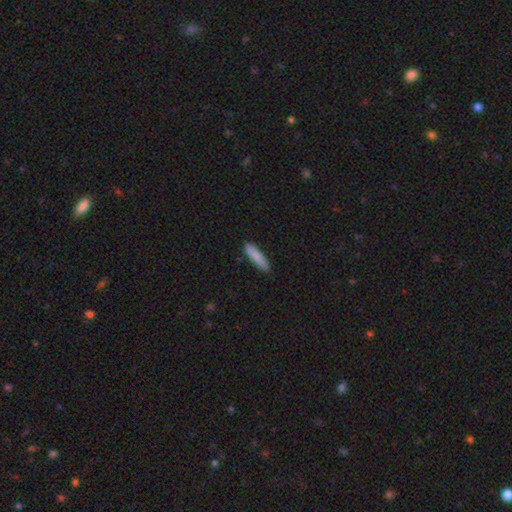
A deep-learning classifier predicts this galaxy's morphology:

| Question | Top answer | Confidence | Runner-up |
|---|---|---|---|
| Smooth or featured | smooth | 85% | featured or disk (10%) |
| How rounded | cigar-shaped | 72% | in between (27%) |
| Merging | none | 81% | minor disturbance (15%) |